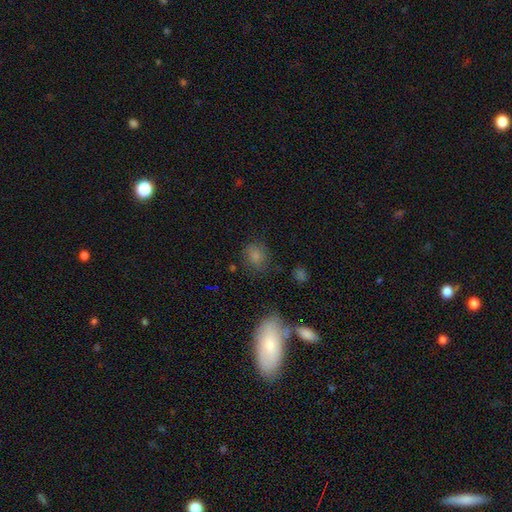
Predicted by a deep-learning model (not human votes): A smooth galaxy with no disk features (78%) that is round (54%).

Vote fractions:
- Smooth or featured? smooth: 78% / star or artifact: 15% / featured or disk: 8%
- How rounded? round: 54% / in between: 44% / cigar-shaped: 1%
- Merging? none: 72% / minor disturbance: 18% / major disturbance: 6% / merger: 3%